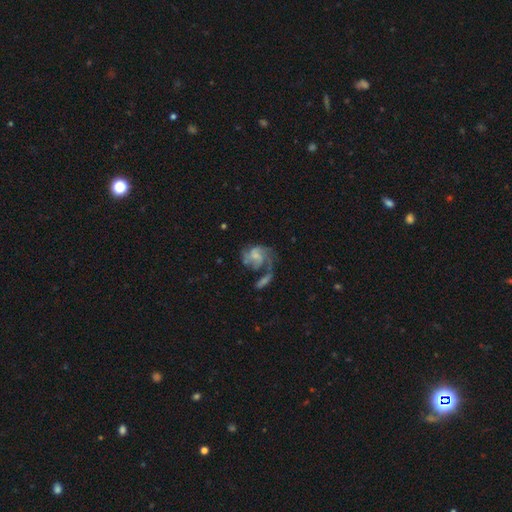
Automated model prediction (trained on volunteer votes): featured or disk 68%, smooth 24%, star or artifact 9%. Down the decision tree: edge-on disk — no (97%); bar — no (57%); spiral arms — yes (80%); spiral arm count — 2 (35%); spiral winding — medium (42%); bulge size — small (33%); merging — major disturbance (38%).